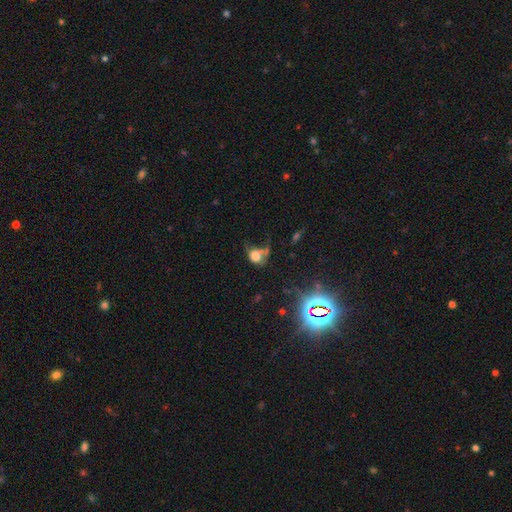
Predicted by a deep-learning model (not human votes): The model was most divided on "merging": major disturbance: 31%, none: 26%, merger: 22%, minor disturbance: 21%. More confident: smooth or featured — smooth (63%); how rounded — in between (53%).